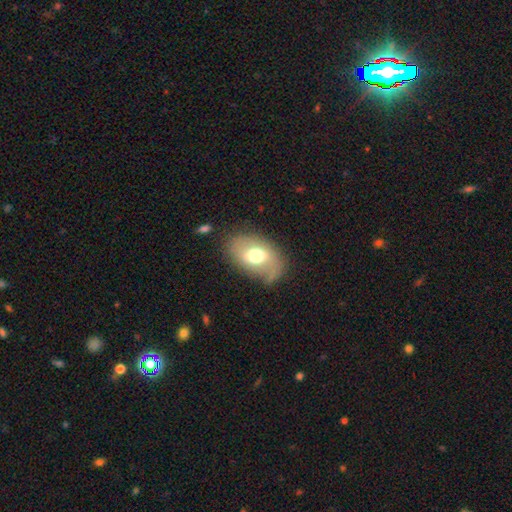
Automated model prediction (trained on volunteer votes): Smooth or featured? smooth (57%)
How rounded? in between (85%)
Merging? none (69%)